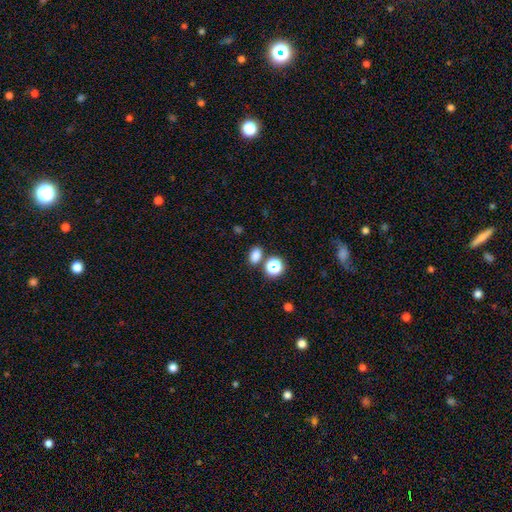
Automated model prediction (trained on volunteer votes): This is likely a smooth galaxy (79%). How rounded: likely in between (73%). Merging: likely none (76%).